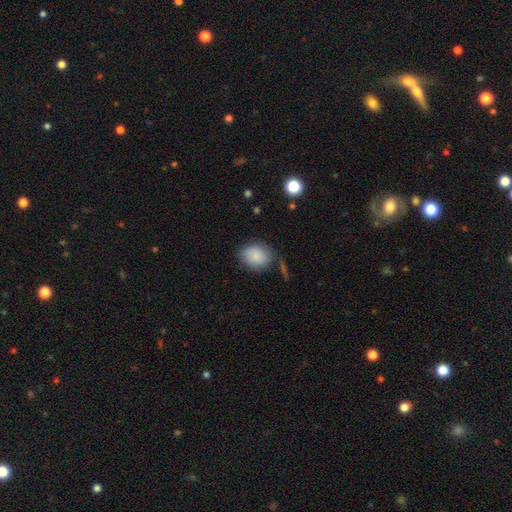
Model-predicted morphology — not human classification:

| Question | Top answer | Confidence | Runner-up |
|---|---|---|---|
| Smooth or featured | smooth | 85% | star or artifact (7%) |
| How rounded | round | 51% | in between (48%) |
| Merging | none | 69% | minor disturbance (20%) |